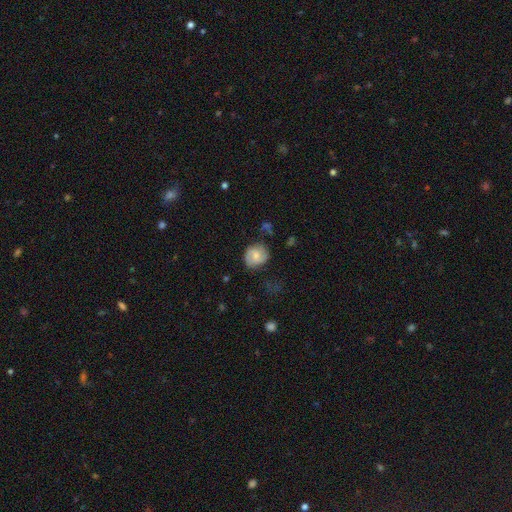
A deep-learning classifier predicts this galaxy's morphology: Q: Smooth or featured?
A: smooth (56%); runner-up: featured or disk (36%)
Q: How rounded?
A: round (69%); runner-up: in between (30%)
Q: Merging?
A: none (67%); runner-up: minor disturbance (23%)